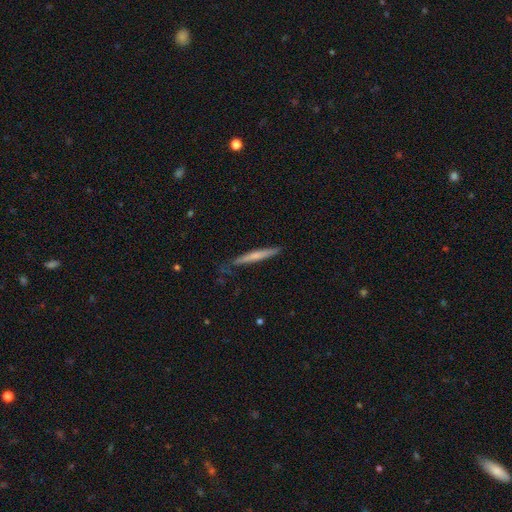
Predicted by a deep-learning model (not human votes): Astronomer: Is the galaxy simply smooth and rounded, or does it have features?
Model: smooth — 55% (runner-up: featured or disk, 39%).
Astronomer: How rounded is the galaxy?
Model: cigar-shaped — 96%.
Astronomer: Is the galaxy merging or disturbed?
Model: none — 78%.